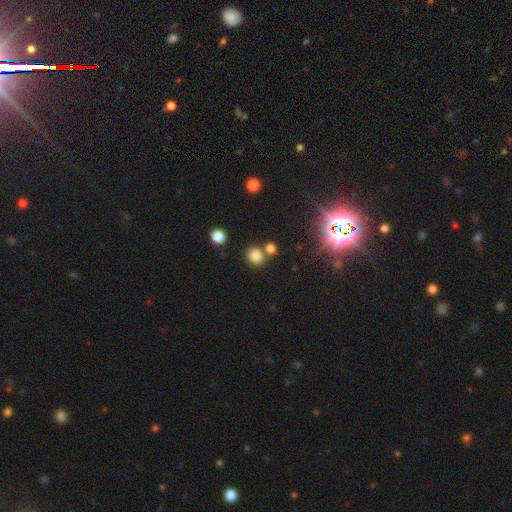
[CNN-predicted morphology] A smooth galaxy with no disk features (79%) that is round (88%). Merging: none (72%).